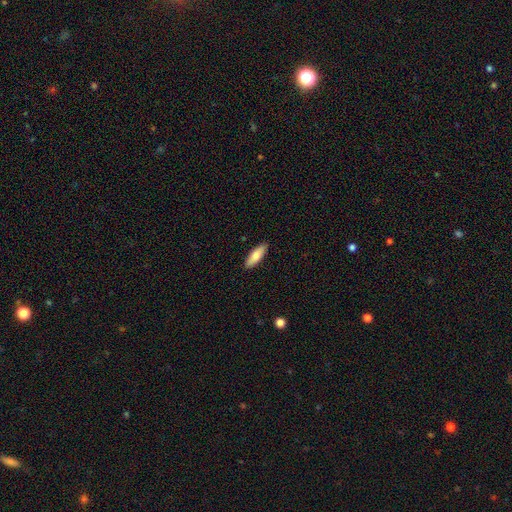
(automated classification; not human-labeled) A smooth galaxy with no disk features (78%) that is in between round and cigar-shaped (57%). Merging: none (90%).